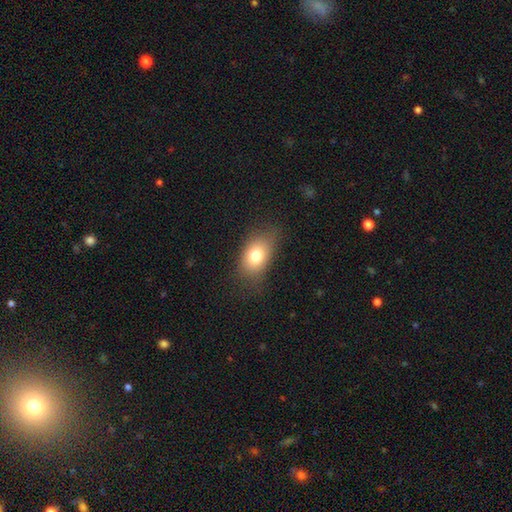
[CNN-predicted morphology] Smooth or featured? Predicted: smooth (p=0.76). How rounded? Predicted: in between (p=0.79). Merging? Predicted: none (p=0.73).